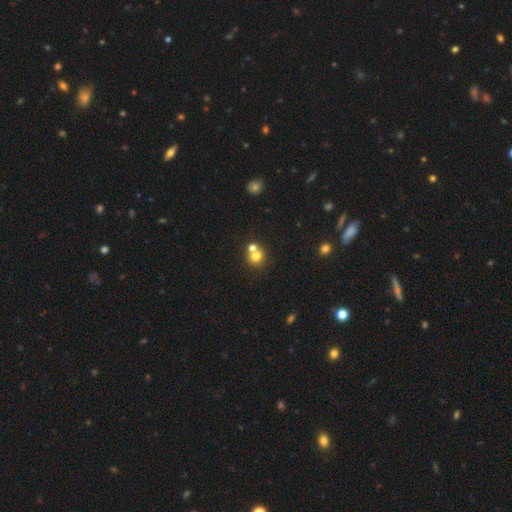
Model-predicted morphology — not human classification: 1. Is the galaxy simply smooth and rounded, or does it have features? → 73% smooth, 14% star or artifact, 13% featured or disk.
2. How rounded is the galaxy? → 83% round, 16% in between, 1% cigar-shaped.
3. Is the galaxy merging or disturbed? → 48% none, 43% merger, 6% minor disturbance, 3% major disturbance.